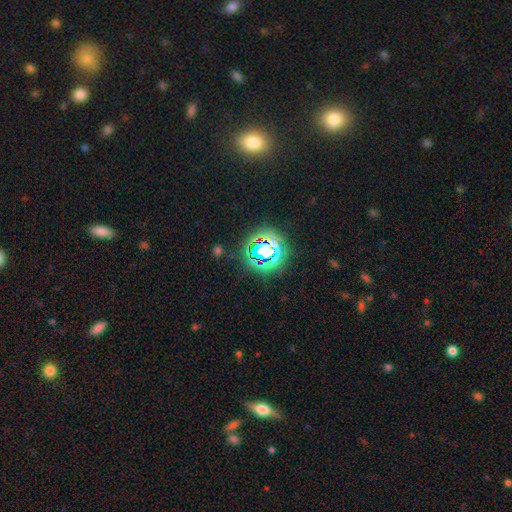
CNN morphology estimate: Smooth or featured? Predicted: star or artifact (p=0.73).